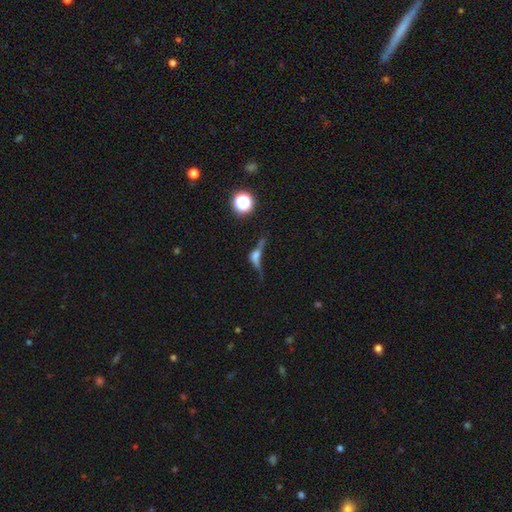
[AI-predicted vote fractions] featured or disk 39%, smooth 38%, star or artifact 22%. Down the decision tree: merging — major disturbance (44%).